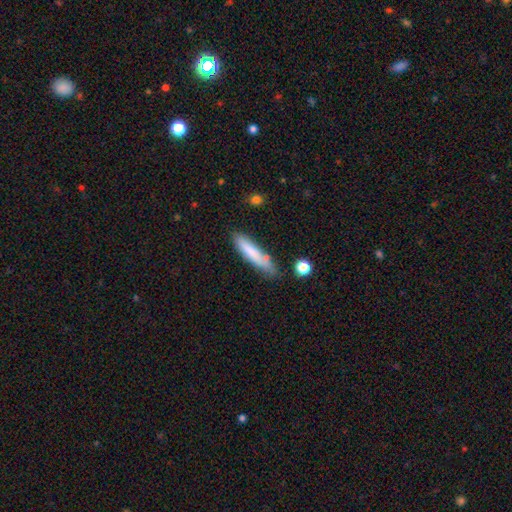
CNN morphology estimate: This is likely a smooth galaxy (76%). How rounded: clearly cigar-shaped (83%). Merging: likely none (68%).